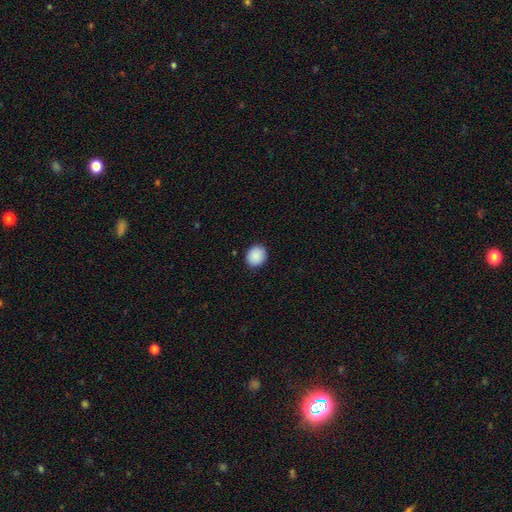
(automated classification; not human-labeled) A smooth galaxy with no disk features (90%) that is round (78%). Merging: none (90%).